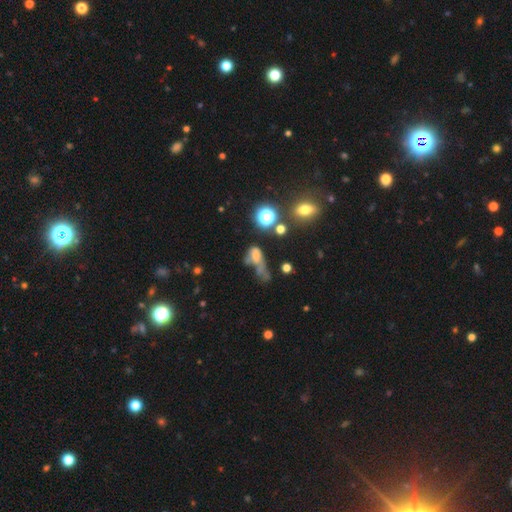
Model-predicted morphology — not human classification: Smooth or featured? smooth (51%)
How rounded? in between (63%)
Merging? major disturbance (36%)